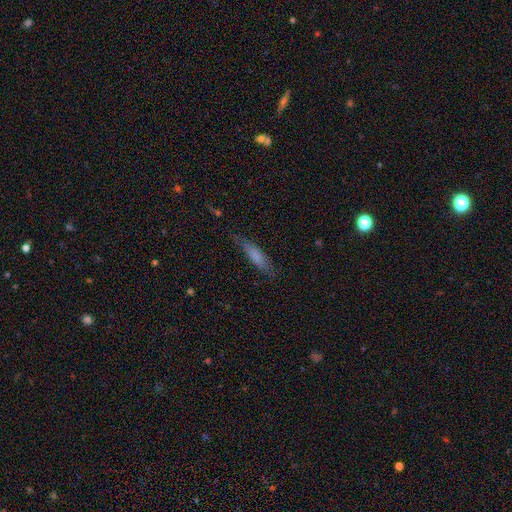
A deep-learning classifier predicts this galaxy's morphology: smooth_or_featured: smooth (p=0.71) [alt: featured or disk p=0.20]
how_rounded: cigar-shaped (p=0.70) [alt: in between p=0.28]
merging: none (p=0.69) [alt: minor disturbance p=0.22]